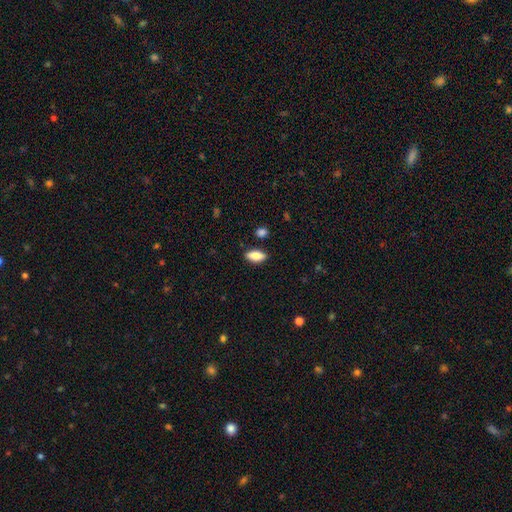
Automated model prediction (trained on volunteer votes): smooth-or-featured: smooth: 80% | featured or disk: 13% | star or artifact: 7%
  how-rounded: in between: 85% | cigar-shaped: 12% | round: 3%
  merging: none: 86% | minor disturbance: 10% | major disturbance: 2% | merger: 2%